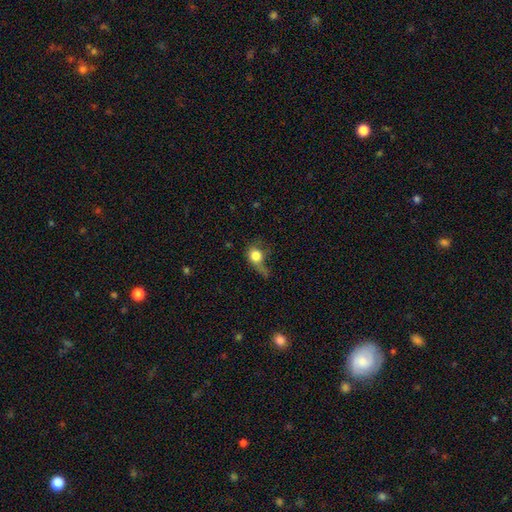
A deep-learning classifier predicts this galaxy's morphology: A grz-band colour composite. It shows a smooth galaxy with no disk features (76%) that is round (67%). Merging: major disturbance (37%).